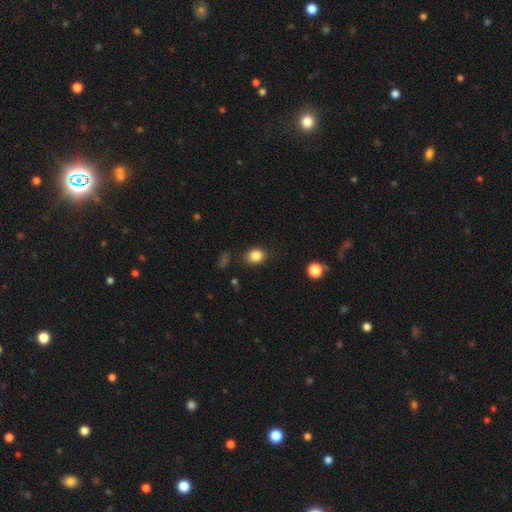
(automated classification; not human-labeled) Q: Smooth or featured?
A: smooth (85%); runner-up: star or artifact (10%)
Q: How rounded?
A: round (55%); runner-up: in between (44%)
Q: Merging?
A: none (81%); runner-up: minor disturbance (14%)